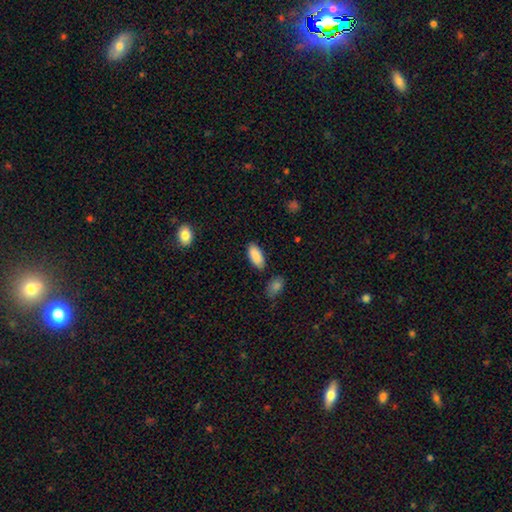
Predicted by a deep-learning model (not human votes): smooth 89%, star or artifact 6%, featured or disk 4%. Down the decision tree: how rounded — in between (89%); merging — none (85%).